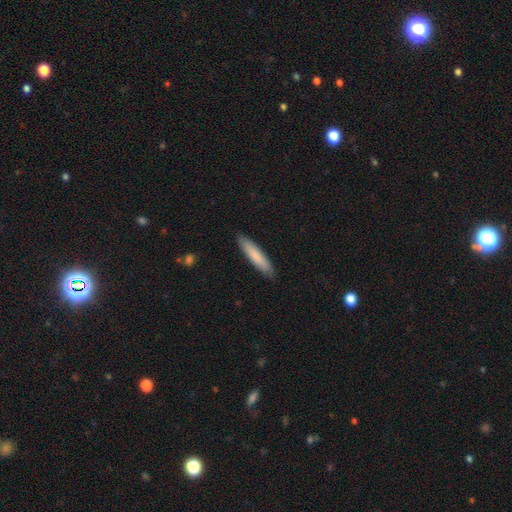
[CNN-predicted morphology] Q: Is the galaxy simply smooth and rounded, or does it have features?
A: smooth — 80%.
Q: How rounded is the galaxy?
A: cigar-shaped — 86%.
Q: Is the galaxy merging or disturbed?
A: none — 89%.